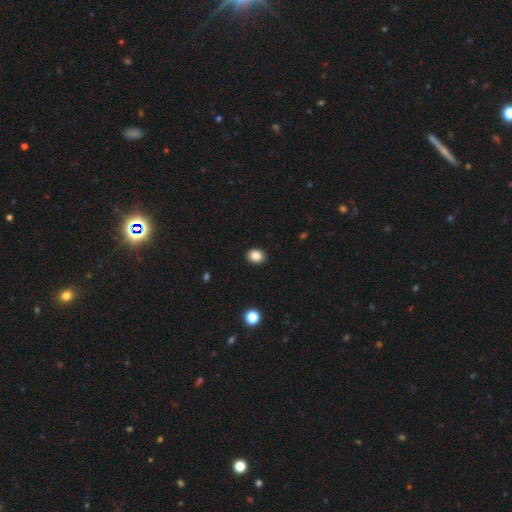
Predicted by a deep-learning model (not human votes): Smooth or featured: smooth — 87% (star or artifact — 10%)
How rounded: round — 52% (in between — 47%)
Merging: none — 91% (minor disturbance — 7%)